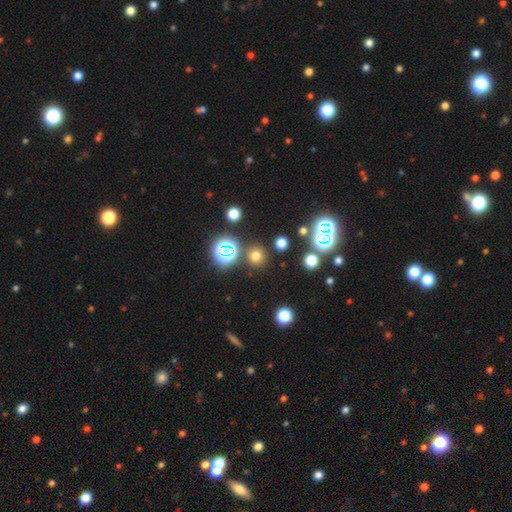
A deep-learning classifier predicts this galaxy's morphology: Smooth or featured?
  - smooth: 65% *
  - star or artifact: 28%
  - featured or disk: 7%
How rounded?
  - round: 90% *
  - in between: 9%
  - cigar-shaped: 1%
Merging?
  - none: 85% *
  - minor disturbance: 7%
  - merger: 5%
  - major disturbance: 3%